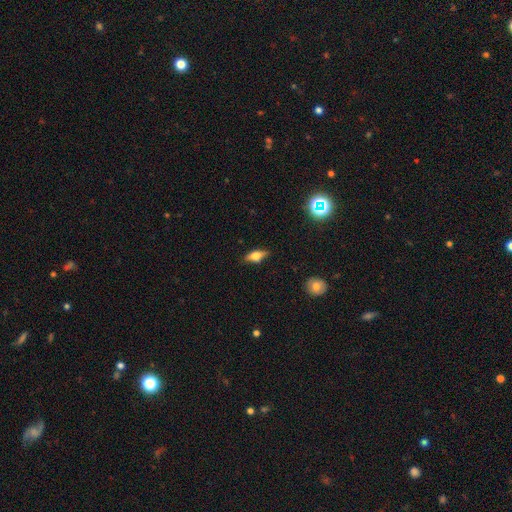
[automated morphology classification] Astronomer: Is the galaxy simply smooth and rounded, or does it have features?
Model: smooth — 51% (runner-up: featured or disk, 40%).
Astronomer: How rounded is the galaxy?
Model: in between — 69%.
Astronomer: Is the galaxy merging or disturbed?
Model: none — 83%.